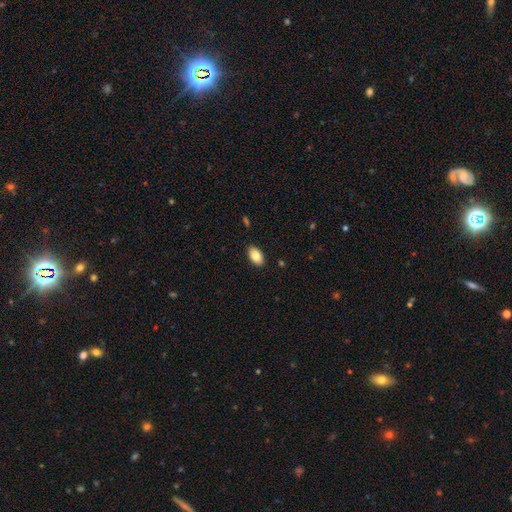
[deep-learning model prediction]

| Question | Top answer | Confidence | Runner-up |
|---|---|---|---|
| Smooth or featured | smooth | 83% | featured or disk (10%) |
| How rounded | in between | 93% | round (5%) |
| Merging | none | 89% | minor disturbance (8%) |